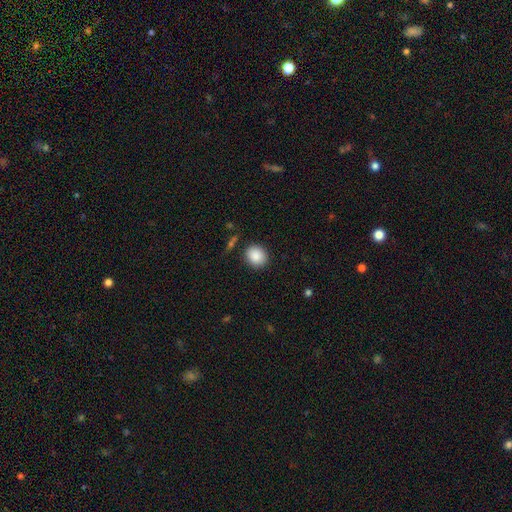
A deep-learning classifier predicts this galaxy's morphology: smooth-or-featured: smooth: 88% | star or artifact: 8% | featured or disk: 4%
  how-rounded: round: 73% | in between: 26% | cigar-shaped: 1%
  merging: none: 86% | minor disturbance: 8% | major disturbance: 3% | merger: 2%